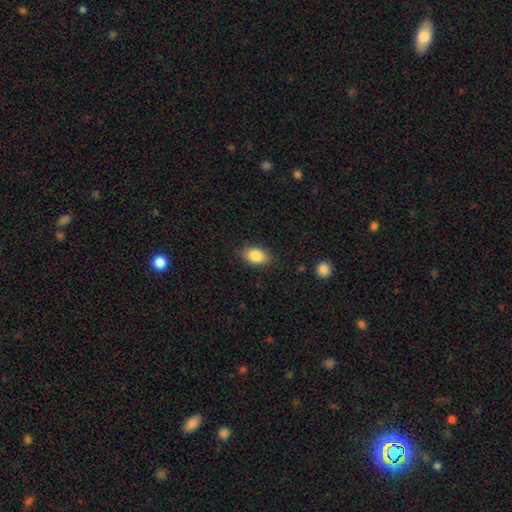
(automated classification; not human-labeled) Smooth or featured? Predicted: smooth (p=0.86). How rounded? Predicted: in between (p=0.87). Merging? Predicted: none (p=0.85).